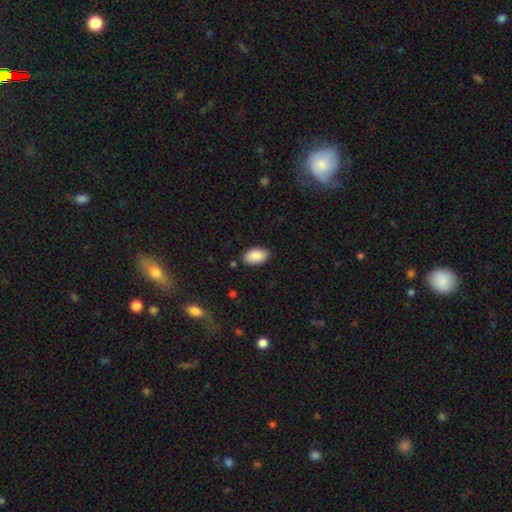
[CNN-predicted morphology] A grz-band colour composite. It shows a smooth galaxy with no disk features (88%) that is in between round and cigar-shaped (94%). Merging: none (85%).